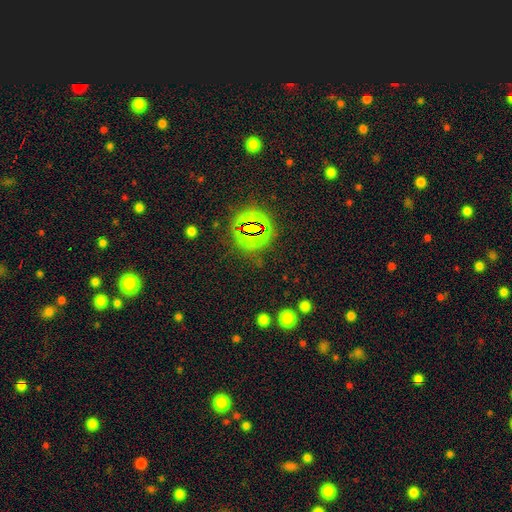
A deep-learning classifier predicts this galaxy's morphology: Overall: star or artifact (73%).